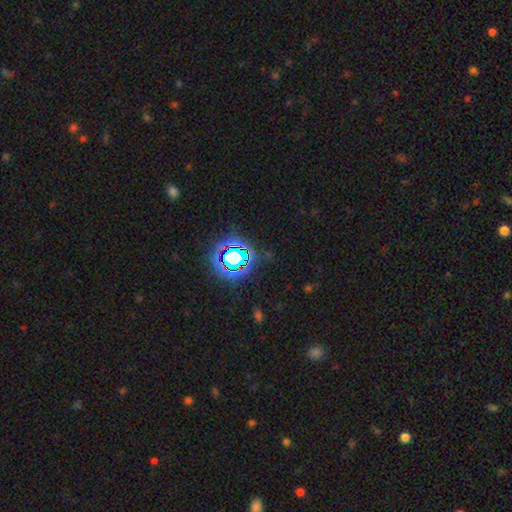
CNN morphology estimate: This appears to be a star or artifact, not a galaxy (78%).